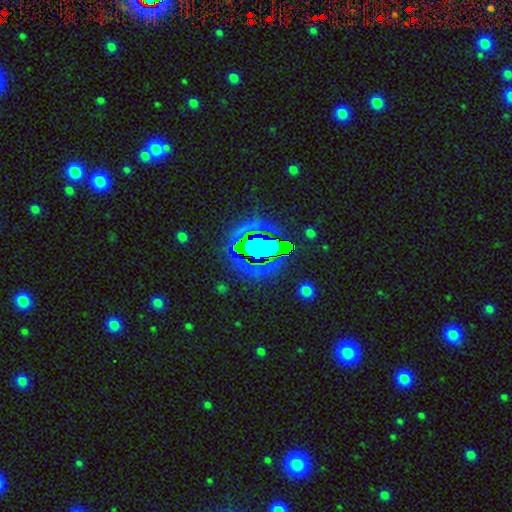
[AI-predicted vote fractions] A star or artifact, not a galaxy (78%).

Vote fractions:
- Smooth or featured? star or artifact: 78% / smooth: 12% / featured or disk: 9%